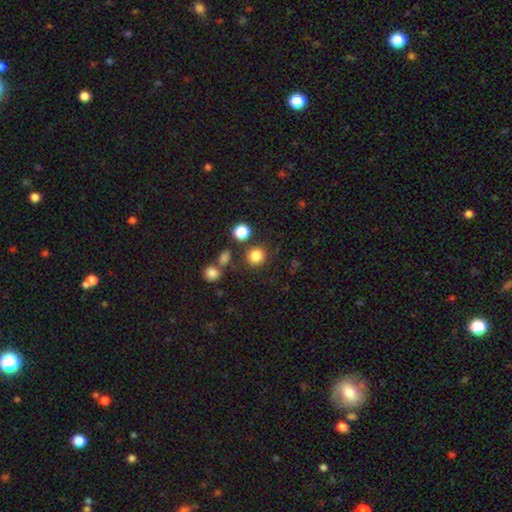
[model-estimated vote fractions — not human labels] Overall: smooth (82%). How rounded: round (90%). Merging: none (82%).